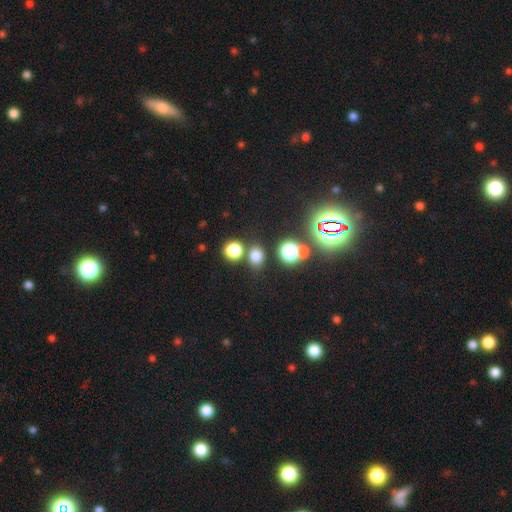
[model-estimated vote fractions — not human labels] Morphology: type=smooth (71%); roundness=round (61%); merging=none (72%).